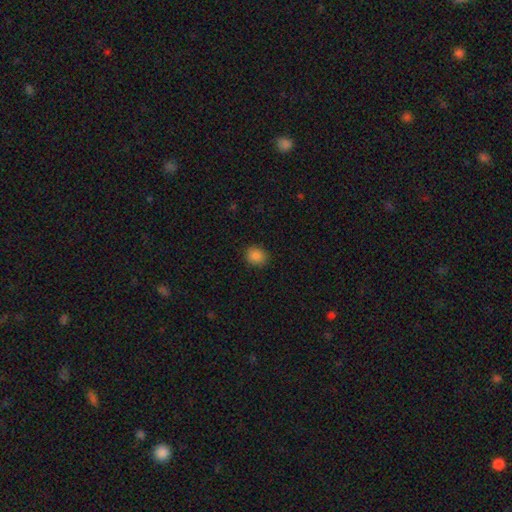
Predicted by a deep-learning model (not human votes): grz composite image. It shows a smooth galaxy with no disk features (86%) that is round (72%). Merging: none (89%).